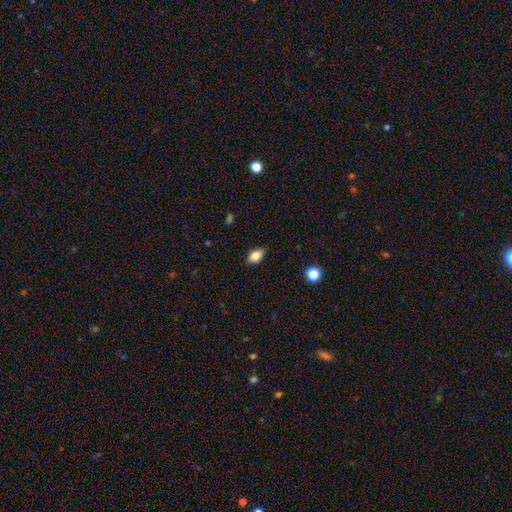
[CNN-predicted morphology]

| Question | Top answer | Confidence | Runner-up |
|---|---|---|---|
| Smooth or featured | smooth | 84% | star or artifact (9%) |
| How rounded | in between | 84% | round (14%) |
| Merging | none | 83% | minor disturbance (13%) |